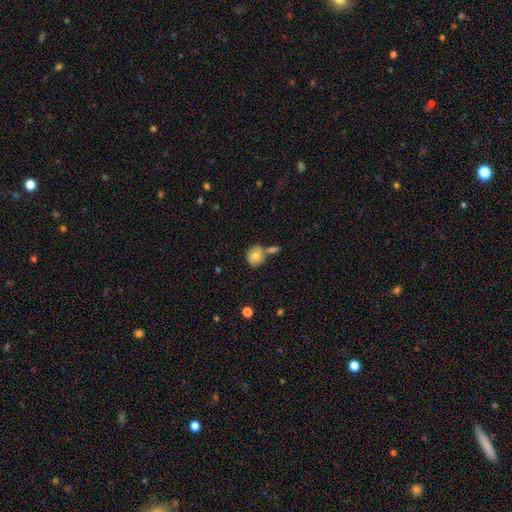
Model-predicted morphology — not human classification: This appears to be a smooth galaxy with no disk features (73%) that is round (80%). Merging: none (56%).